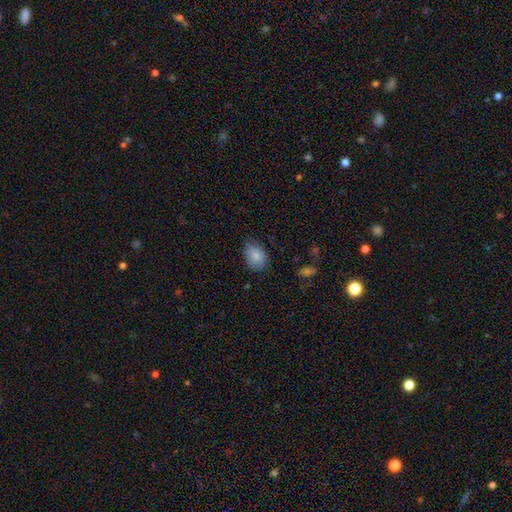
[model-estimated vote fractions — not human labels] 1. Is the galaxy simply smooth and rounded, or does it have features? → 84% smooth, 8% star or artifact, 8% featured or disk.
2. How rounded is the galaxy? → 68% in between, 31% round, 1% cigar-shaped.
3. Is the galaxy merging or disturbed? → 61% none, 32% minor disturbance, 6% major disturbance, 1% merger.